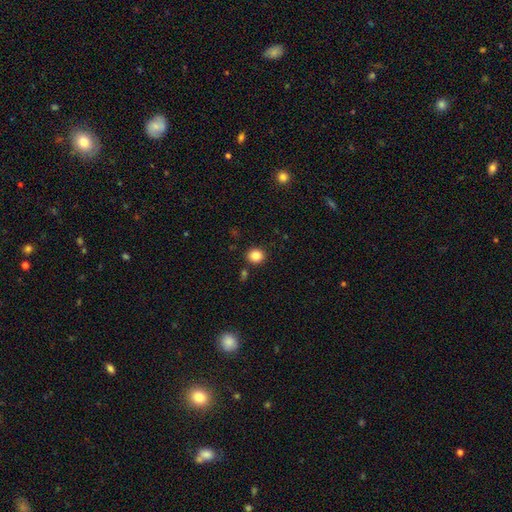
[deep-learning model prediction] smooth 85%, star or artifact 11%, featured or disk 4%. Down the decision tree: how rounded — round (82%); merging — none (88%).